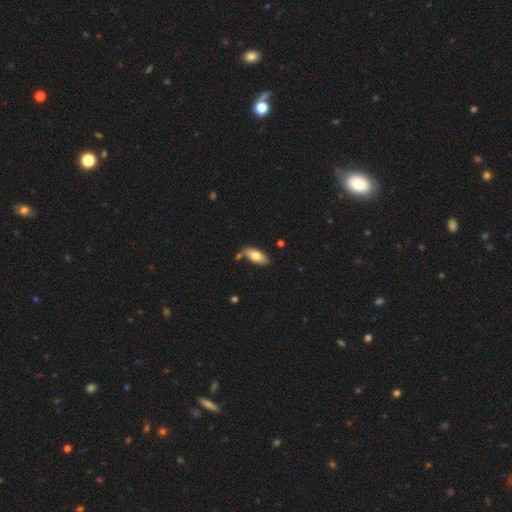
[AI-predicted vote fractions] A smooth galaxy with no disk features (74%) that is in between round and cigar-shaped (86%). Merging: none (77%).